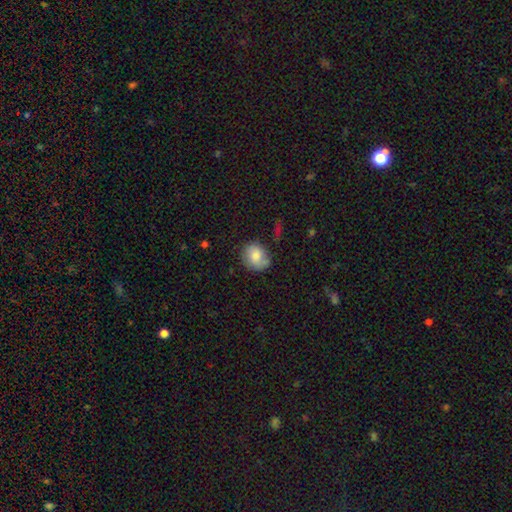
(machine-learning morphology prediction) A smooth galaxy with no disk features (73%) that is round (68%).

Vote fractions:
- Smooth or featured? smooth: 73% / featured or disk: 19% / star or artifact: 8%
- How rounded? round: 68% / in between: 31% / cigar-shaped: 1%
- Merging? none: 66% / minor disturbance: 24% / major disturbance: 7% / merger: 3%